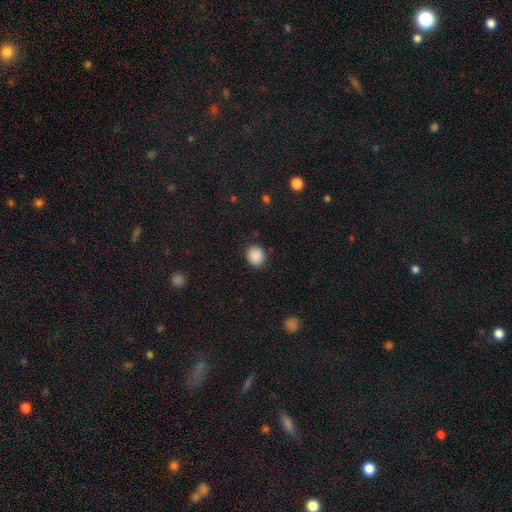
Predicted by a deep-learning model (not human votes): Smooth or featured? smooth (89%)
How rounded? round (67%)
Merging? none (87%)